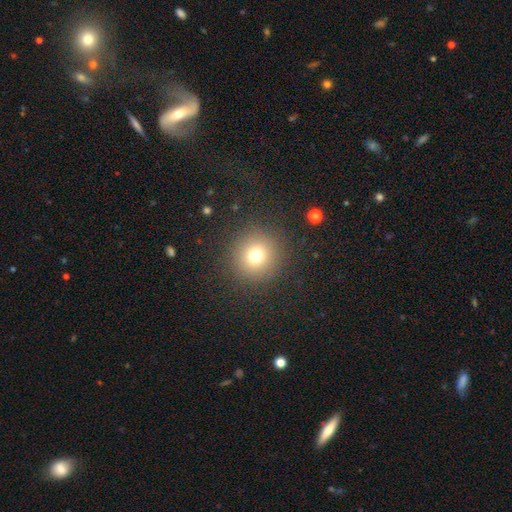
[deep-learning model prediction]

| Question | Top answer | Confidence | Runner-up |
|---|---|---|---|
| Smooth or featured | smooth | 74% | star or artifact (16%) |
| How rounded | round | 93% | in between (6%) |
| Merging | none | 89% | minor disturbance (6%) |